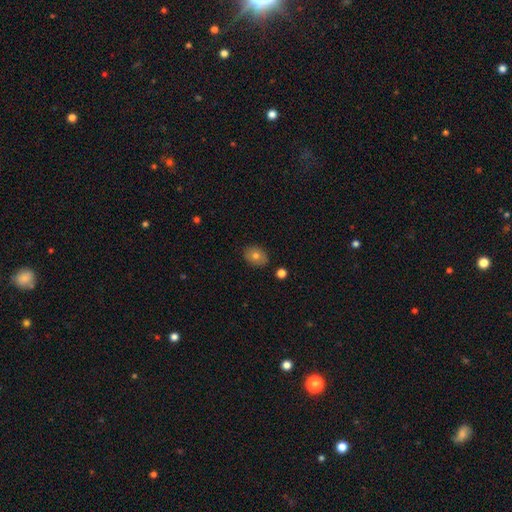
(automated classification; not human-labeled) smooth 75%, featured or disk 15%, star or artifact 10%. Down the decision tree: how rounded — in between (51%); merging — none (85%).